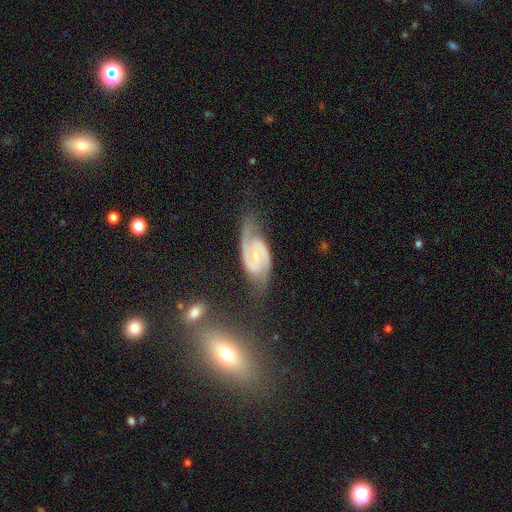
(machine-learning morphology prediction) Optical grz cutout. It shows a featured or disk galaxy (89%) with a weak bar (43%), 2 (92%) medium (54%) spiral arms (98%) and a small central bulge (69%). Merging: none (70%).